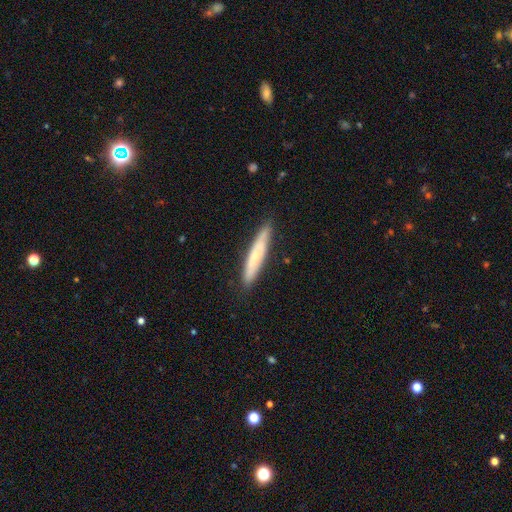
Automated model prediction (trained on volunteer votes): This is possibly a smooth galaxy (54%). How rounded: clearly cigar-shaped (90%). Merging: clearly none (85%).